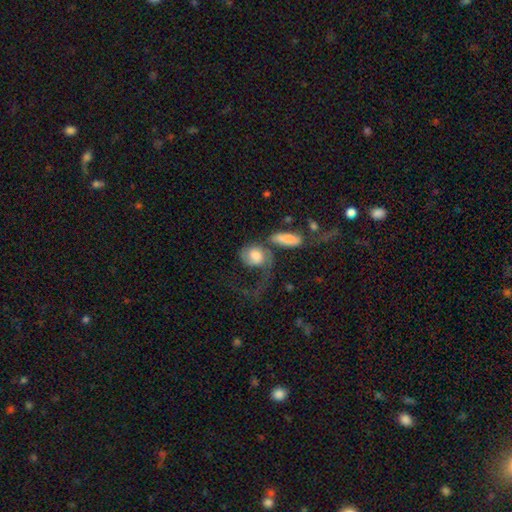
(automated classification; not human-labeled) This is possibly a smooth galaxy (52%). How rounded: possibly round (49%). Merging: marginally major disturbance (38%).